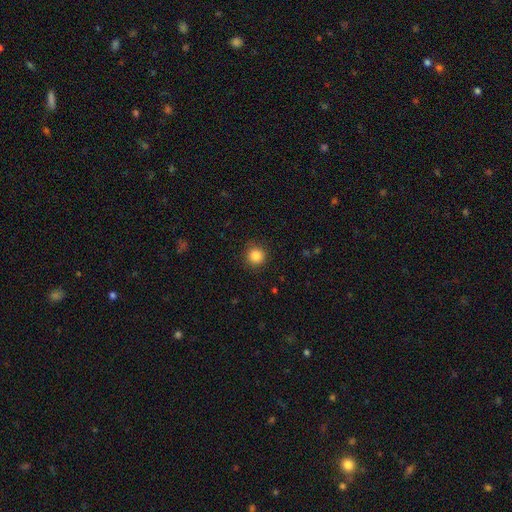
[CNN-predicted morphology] smooth 86%, star or artifact 10%, featured or disk 4%. Down the decision tree: how rounded — round (94%); merging — none (89%).